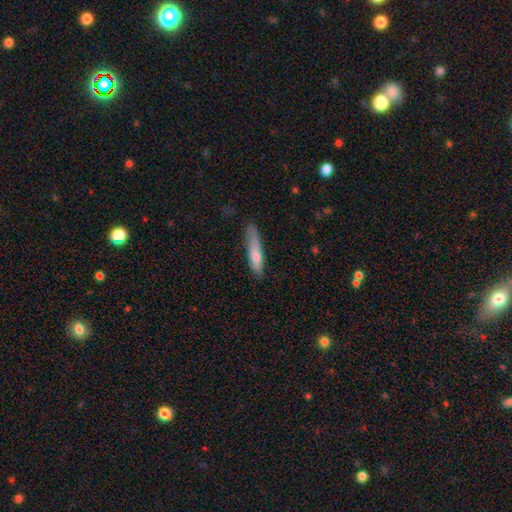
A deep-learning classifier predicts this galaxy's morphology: Smooth or featured: smooth — 69% (featured or disk — 25%)
How rounded: cigar-shaped — 85% (in between — 14%)
Merging: none — 64% (minor disturbance — 26%)